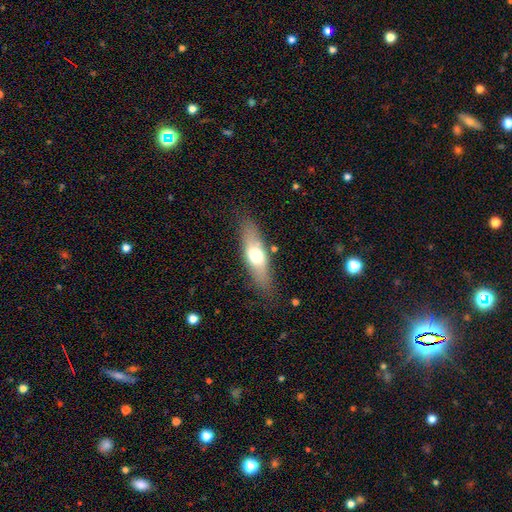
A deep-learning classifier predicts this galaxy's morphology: type=smooth (57%); roundness=in between (50%); merging=none (79%).